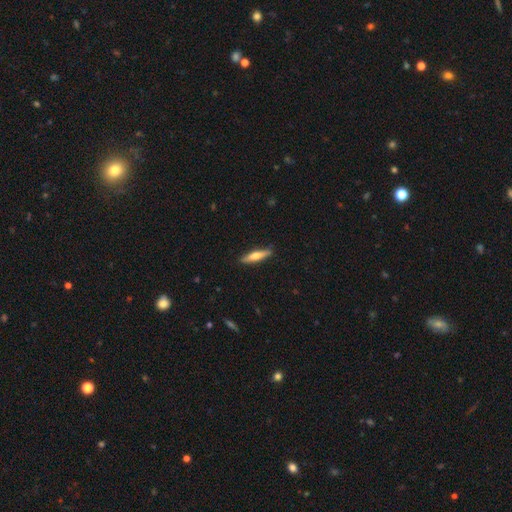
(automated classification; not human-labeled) Smooth or featured? smooth (53%)
How rounded? cigar-shaped (83%)
Merging? none (89%)